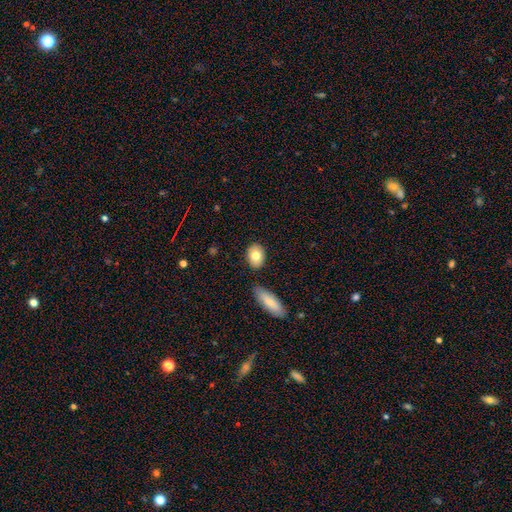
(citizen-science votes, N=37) This is likely a smooth galaxy (78%). How rounded: likely in between (79%). Merging: clearly none (94%).